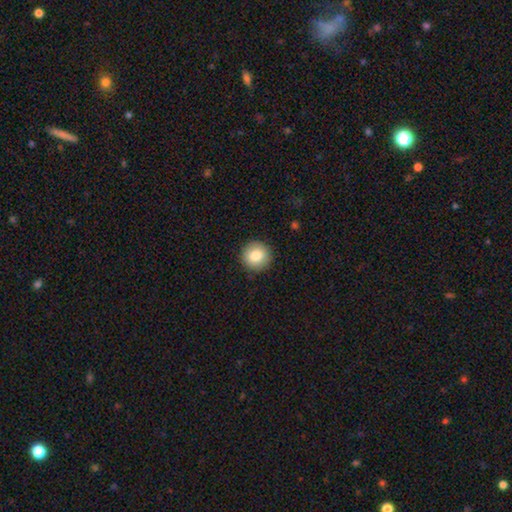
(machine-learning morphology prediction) Overall: smooth (84%). How rounded: round (95%). Merging: none (92%).